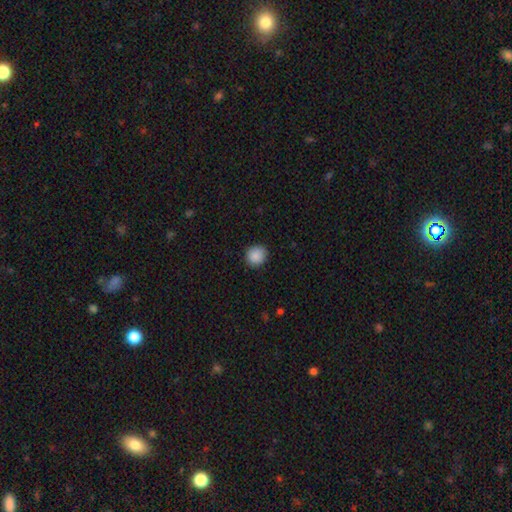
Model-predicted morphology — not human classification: type=smooth (89%); roundness=round (89%); merging=none (89%).